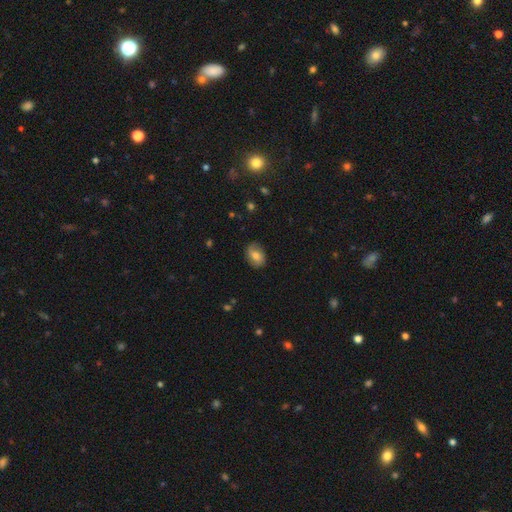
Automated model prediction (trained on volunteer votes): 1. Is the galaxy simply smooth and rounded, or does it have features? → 62% smooth, 29% featured or disk, 9% star or artifact.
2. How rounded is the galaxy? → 68% in between, 31% round, 1% cigar-shaped.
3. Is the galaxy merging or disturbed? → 80% none, 15% minor disturbance, 4% major disturbance, 1% merger.